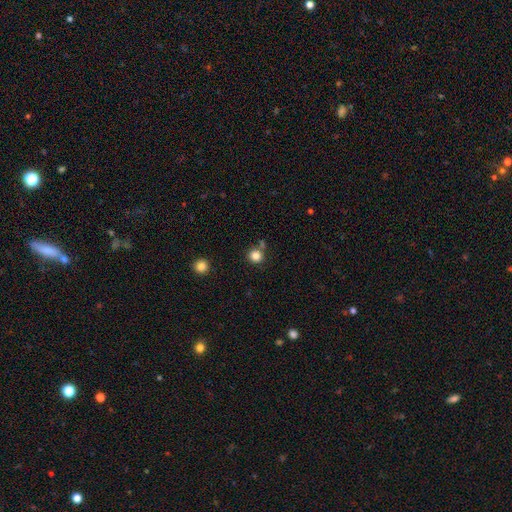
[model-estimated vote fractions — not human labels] This appears to be a smooth galaxy with no disk features (83%) that is round (92%). Merging: none (76%).